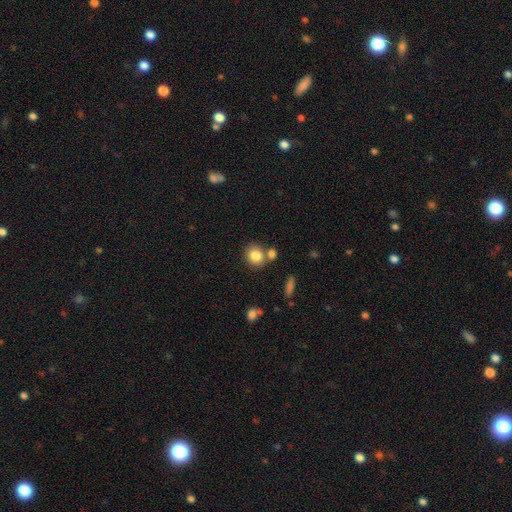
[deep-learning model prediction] smooth 83%, star or artifact 9%, featured or disk 8%. Down the decision tree: how rounded — round (76%); merging — none (66%).